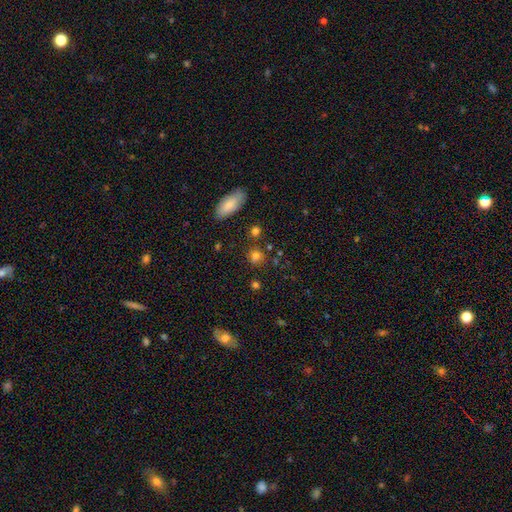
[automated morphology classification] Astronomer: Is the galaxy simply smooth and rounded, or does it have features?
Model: smooth — 73%.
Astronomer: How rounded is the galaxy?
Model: round — 75%.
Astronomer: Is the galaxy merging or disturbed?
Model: none — 73%.